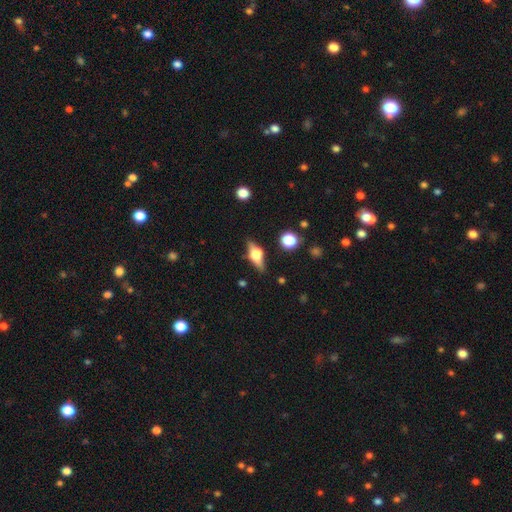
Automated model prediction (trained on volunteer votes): Smooth or featured? Predicted: featured or disk (p=0.55). Edge-on disk? Predicted: yes (p=0.90). Merging? Predicted: none (p=0.73).